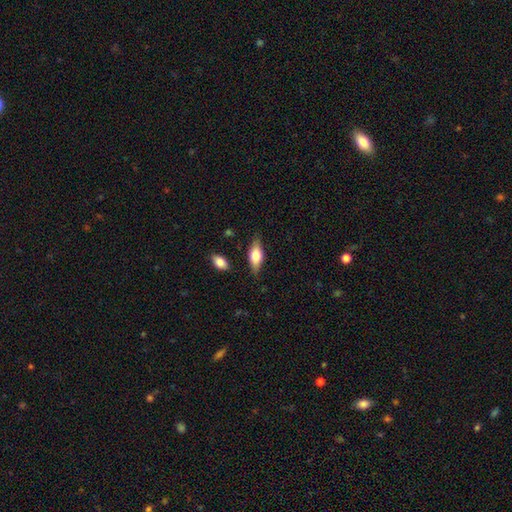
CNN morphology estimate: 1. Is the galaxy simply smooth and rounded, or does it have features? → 53% smooth, 40% featured or disk, 7% star or artifact.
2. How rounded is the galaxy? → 73% in between, 23% cigar-shaped, 4% round.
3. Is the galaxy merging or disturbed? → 80% none, 14% minor disturbance, 4% major disturbance, 3% merger.